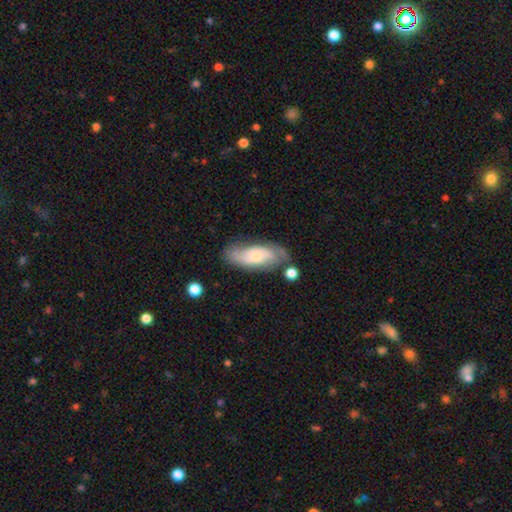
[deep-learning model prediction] This appears to be a featured or disk galaxy (55%). Merging: none (63%).